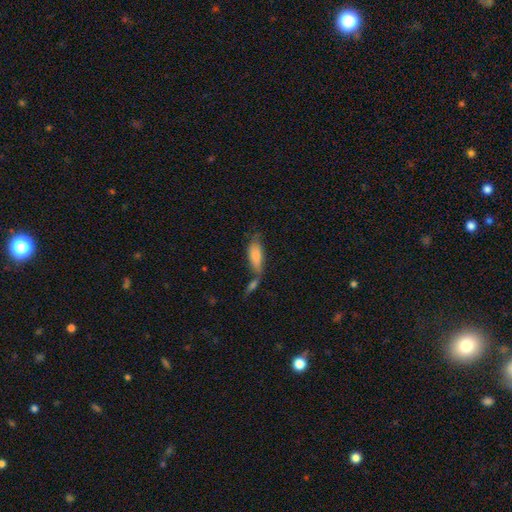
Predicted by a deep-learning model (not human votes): Smooth or featured? smooth (77%)
How rounded? in between (77%)
Merging? merger (37%)